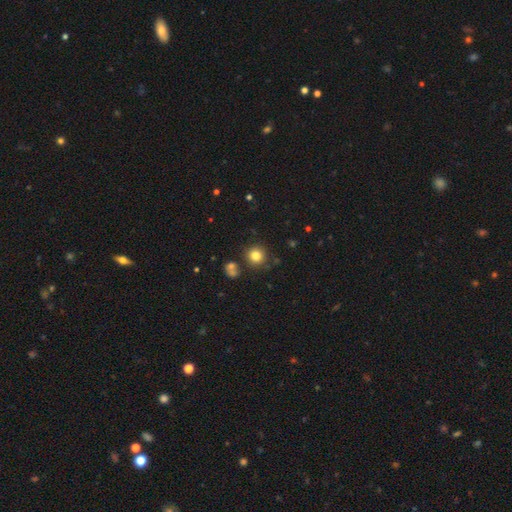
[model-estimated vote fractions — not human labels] smooth_or_featured: smooth (p=0.80) [alt: star or artifact p=0.13]
how_rounded: round (p=0.92) [alt: in between p=0.07]
merging: none (p=0.82) [alt: minor disturbance p=0.09]